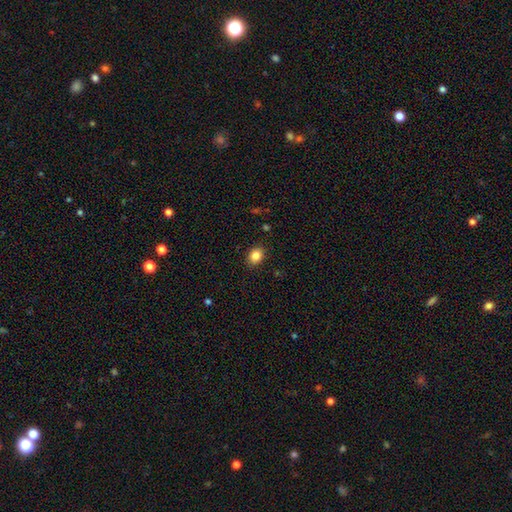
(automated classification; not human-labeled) Smooth or featured?
  - smooth: 85% *
  - star or artifact: 10%
  - featured or disk: 5%
How rounded?
  - in between: 63% *
  - round: 36%
  - cigar-shaped: 1%
Merging?
  - none: 89% *
  - minor disturbance: 8%
  - major disturbance: 2%
  - merger: 1%